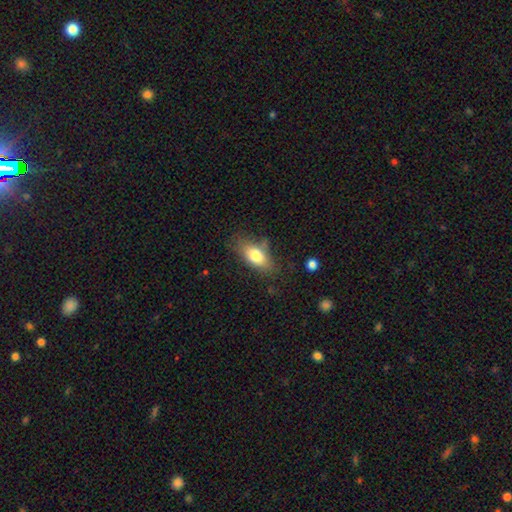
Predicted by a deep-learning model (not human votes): This is likely a smooth galaxy (77%). How rounded: clearly in between (86%). Merging: likely none (69%).